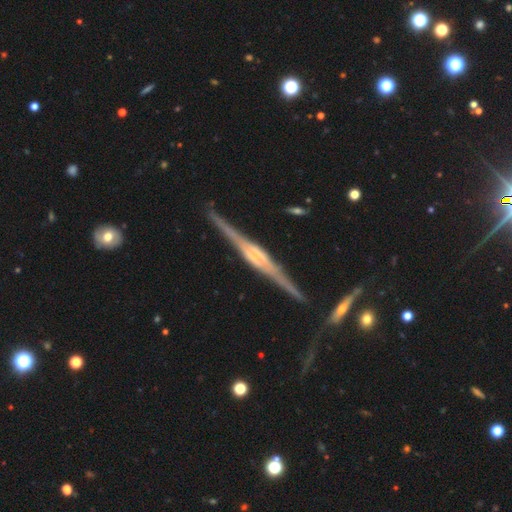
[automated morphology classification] This appears to be a featured or disk galaxy (88%) viewed edge-on (98%) with a rounded central bulge (46%). Merging: none (86%).